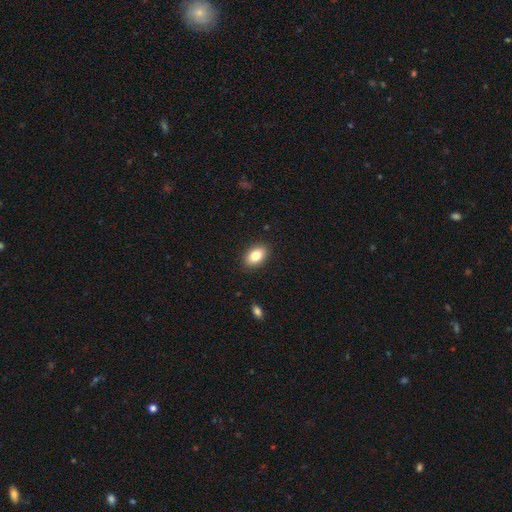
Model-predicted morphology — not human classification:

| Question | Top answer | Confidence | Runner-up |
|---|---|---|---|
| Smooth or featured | smooth | 82% | featured or disk (10%) |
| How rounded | in between | 89% | round (9%) |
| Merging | none | 89% | minor disturbance (8%) |